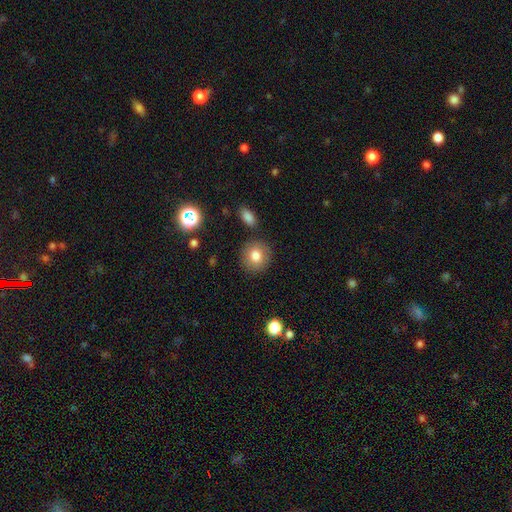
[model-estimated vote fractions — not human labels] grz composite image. It shows a smooth galaxy with no disk features (80%) that is round (87%). Merging: none (86%).